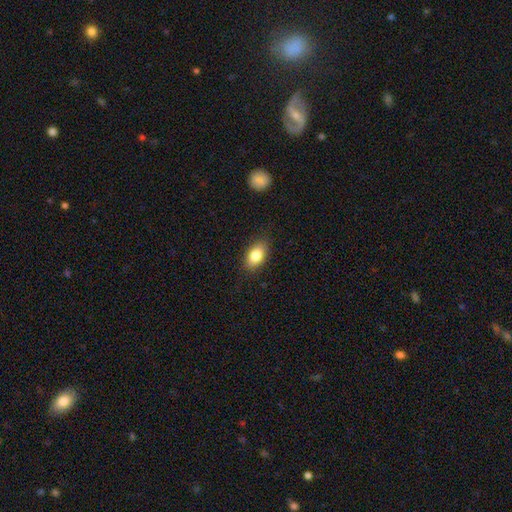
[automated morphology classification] smooth 81%, featured or disk 11%, star or artifact 8%. Down the decision tree: how rounded — in between (85%); merging — none (84%).